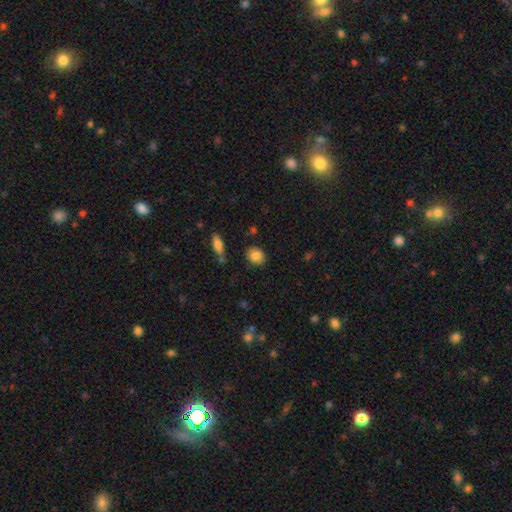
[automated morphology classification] smooth 85%, star or artifact 8%, featured or disk 7%. Down the decision tree: how rounded — round (62%); merging — none (85%).